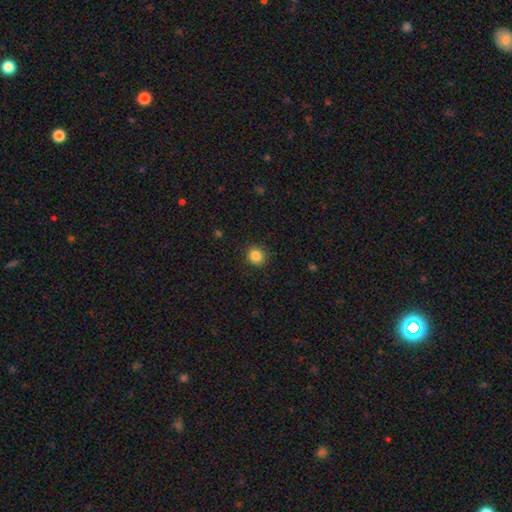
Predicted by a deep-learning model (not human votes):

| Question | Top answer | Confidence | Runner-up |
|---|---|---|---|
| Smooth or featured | smooth | 86% | star or artifact (10%) |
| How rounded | round | 83% | in between (16%) |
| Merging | none | 89% | minor disturbance (8%) |